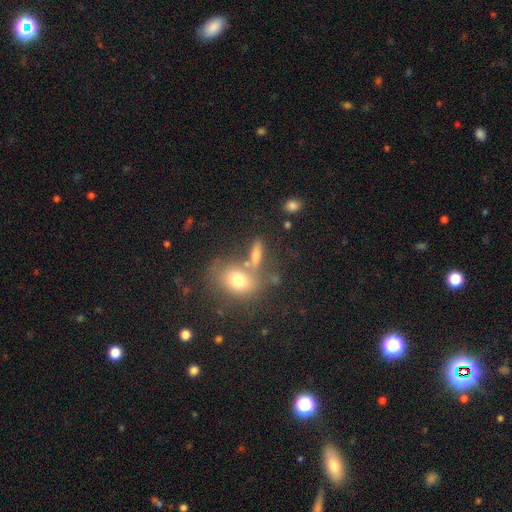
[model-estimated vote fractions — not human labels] smooth-or-featured: smooth: 70% | featured or disk: 16% | star or artifact: 14%
  how-rounded: in between: 51% | cigar-shaped: 26% | round: 22%
  merging: none: 56% | merger: 24% | minor disturbance: 13% | major disturbance: 7%